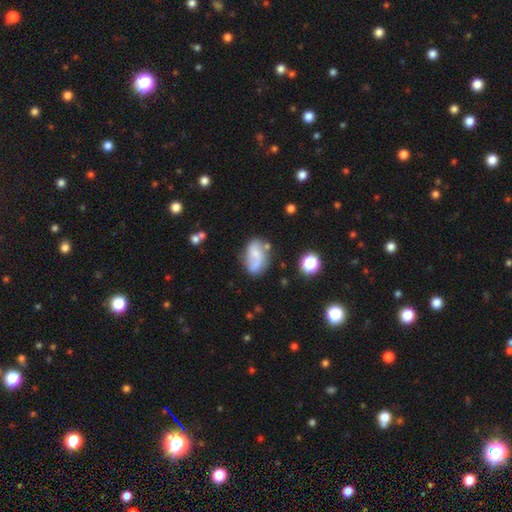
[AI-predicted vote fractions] This appears to be a featured or disk galaxy (54%) with no bar (56%), spiral arms (83%) and a small central bulge (47%). Merging: none (54%).